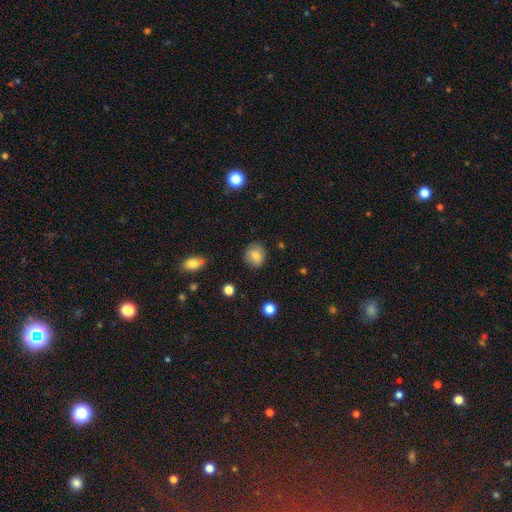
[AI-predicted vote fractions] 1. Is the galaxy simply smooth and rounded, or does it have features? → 80% smooth, 10% star or artifact, 10% featured or disk.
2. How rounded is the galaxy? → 75% round, 24% in between, 1% cigar-shaped.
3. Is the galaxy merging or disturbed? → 81% none, 14% minor disturbance, 3% major disturbance, 1% merger.